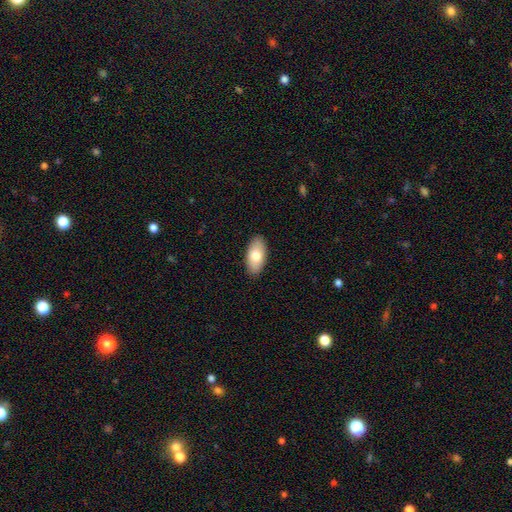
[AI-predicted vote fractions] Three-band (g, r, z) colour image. It shows a smooth galaxy with no disk features (76%) that is in between round and cigar-shaped (93%). Merging: none (89%).